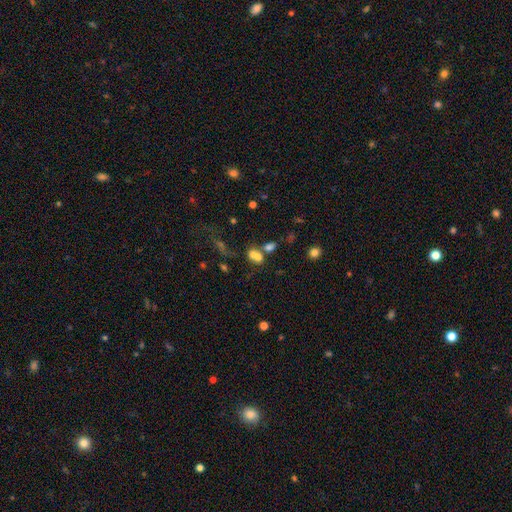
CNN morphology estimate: This is likely a smooth galaxy (66%). How rounded: possibly in between (56%). Merging: likely merger (60%).